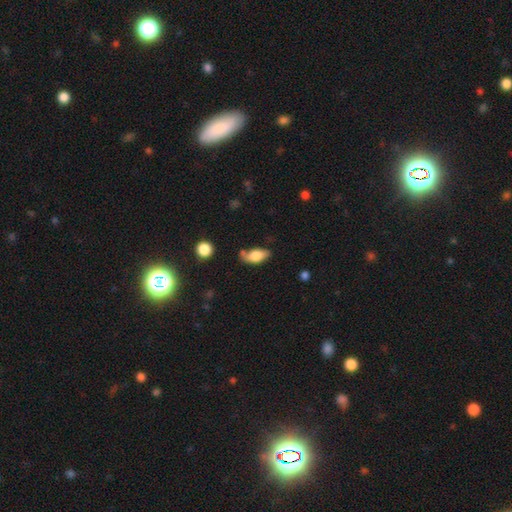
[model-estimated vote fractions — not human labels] Smooth or featured? smooth (72%)
How rounded? in between (88%)
Merging? none (60%)